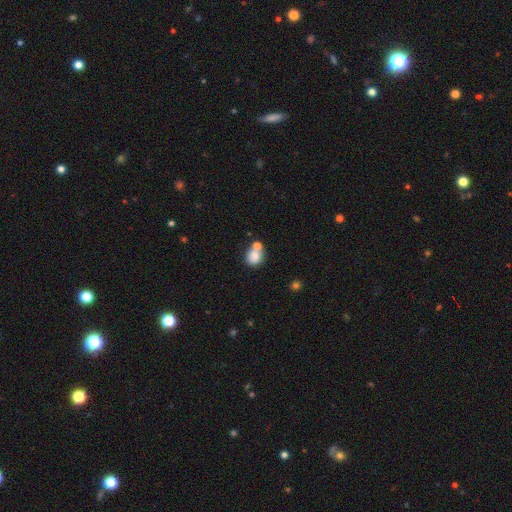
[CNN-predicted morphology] A smooth galaxy with no disk features (79%) that is round (75%).

Vote fractions:
- Smooth or featured? smooth: 79% / featured or disk: 11% / star or artifact: 10%
- How rounded? round: 75% / in between: 24% / cigar-shaped: 1%
- Merging? none: 49% / merger: 34% / minor disturbance: 12% / major disturbance: 5%